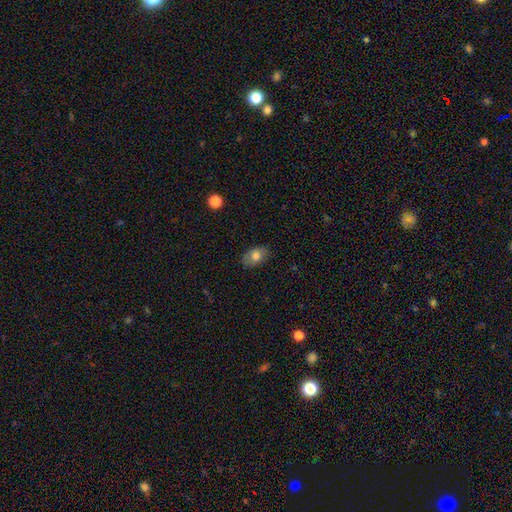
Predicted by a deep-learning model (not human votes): This is likely a smooth galaxy (77%). How rounded: clearly in between (85%). Merging: clearly none (82%).